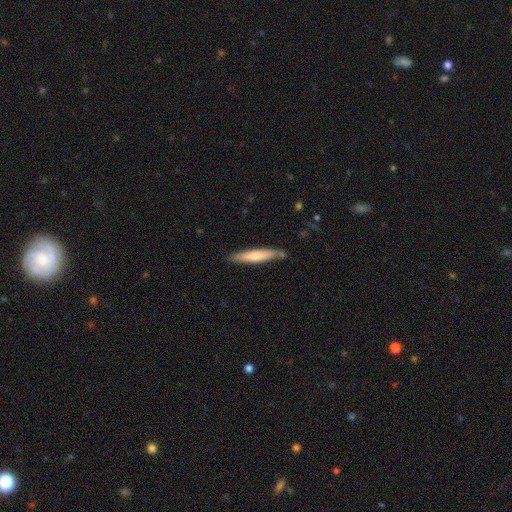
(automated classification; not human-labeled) Smooth or featured? Predicted: smooth (p=0.68). How rounded? Predicted: cigar-shaped (p=0.90). Merging? Predicted: none (p=0.80).